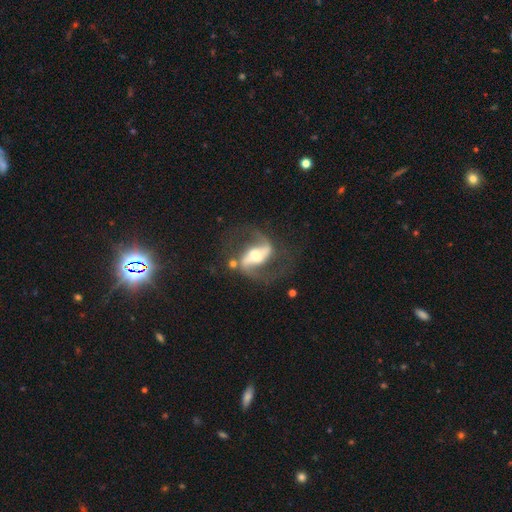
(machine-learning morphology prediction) The model was most divided on "spiral winding": loose: 48%, medium: 43%, tight: 9%. More confident: spiral arms — yes (95%); edge-on disk — no (95%); spiral arm count — 2 (93%); smooth or featured — featured or disk (88%); merging — none (66%); bulge size — moderate (57%); bar — strong (55%).